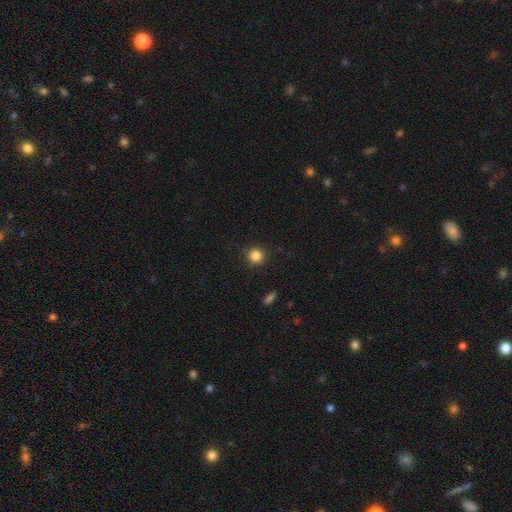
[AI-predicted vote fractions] Q: Smooth or featured?
A: smooth (85%); runner-up: star or artifact (11%)
Q: How rounded?
A: round (93%); runner-up: in between (6%)
Q: Merging?
A: none (88%); runner-up: minor disturbance (9%)